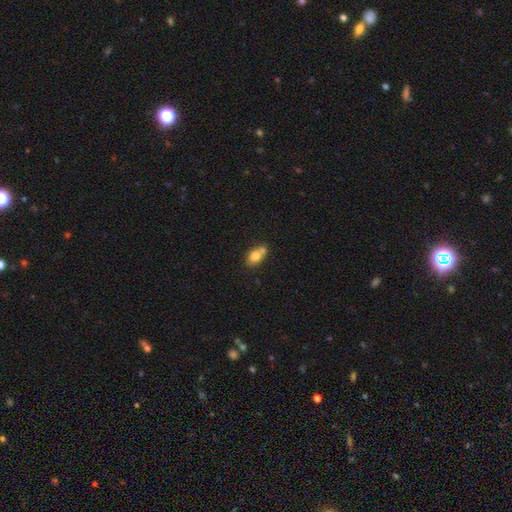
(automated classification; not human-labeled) Smooth or featured?
  - smooth: 77% *
  - featured or disk: 14%
  - star or artifact: 9%
How rounded?
  - in between: 68% *
  - round: 30%
  - cigar-shaped: 2%
Merging?
  - none: 42% *
  - merger: 41%
  - minor disturbance: 13%
  - major disturbance: 4%